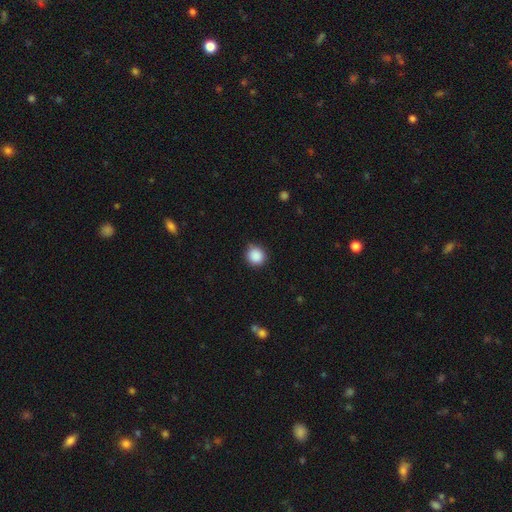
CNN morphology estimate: Smooth or featured? Predicted: smooth (p=0.88). How rounded? Predicted: round (p=0.86). Merging? Predicted: none (p=0.83).